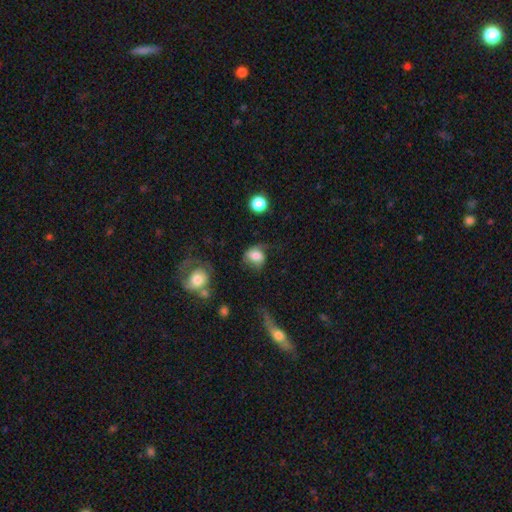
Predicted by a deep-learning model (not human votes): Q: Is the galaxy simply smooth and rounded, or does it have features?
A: smooth — 61%.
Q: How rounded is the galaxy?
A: round — 54%.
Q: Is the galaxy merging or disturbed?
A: none — 38%.